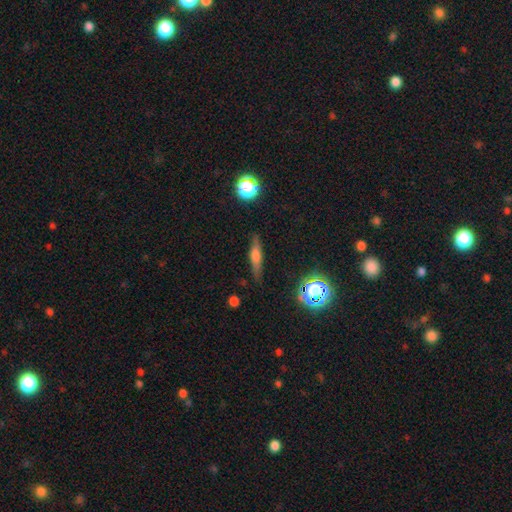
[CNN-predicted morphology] The model was most divided on "smooth or featured": featured or disk: 45%, smooth: 44%, star or artifact: 11%. More confident: merging — none (84%).